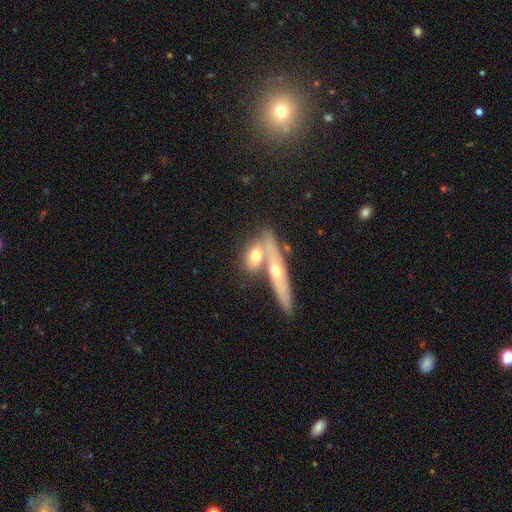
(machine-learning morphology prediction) This is possibly a smooth galaxy (57%). How rounded: possibly in between (51%). Merging: marginally merger (44%).